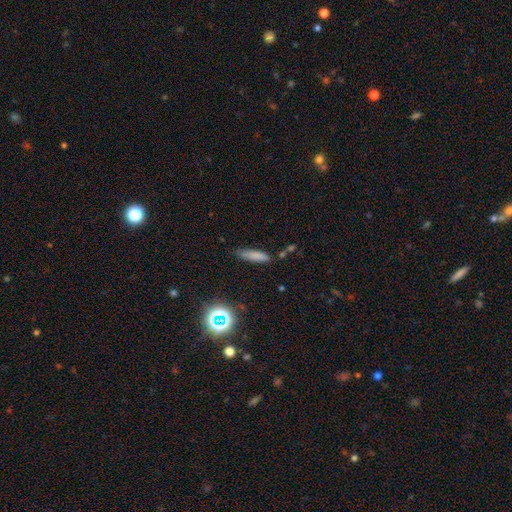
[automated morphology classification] Q: Smooth or featured?
A: smooth (78%); runner-up: star or artifact (12%)
Q: How rounded?
A: cigar-shaped (71%); runner-up: in between (27%)
Q: Merging?
A: none (74%); runner-up: minor disturbance (19%)